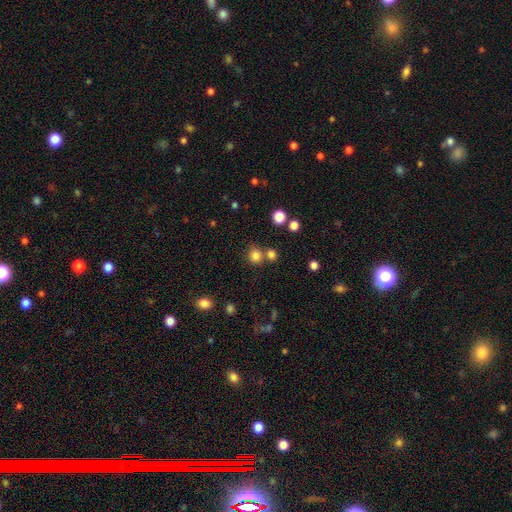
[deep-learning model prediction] Q: Smooth or featured?
A: smooth (80%); runner-up: star or artifact (15%)
Q: How rounded?
A: round (88%); runner-up: in between (11%)
Q: Merging?
A: none (68%); runner-up: merger (21%)